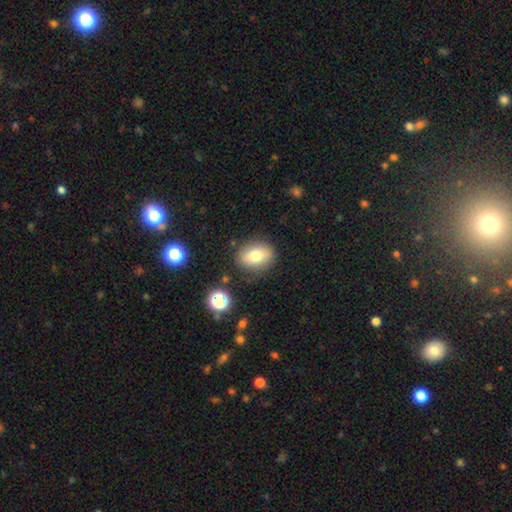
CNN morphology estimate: A smooth galaxy with no disk features (75%) that is in between round and cigar-shaped (71%).

Vote fractions:
- Smooth or featured? smooth: 75% / featured or disk: 15% / star or artifact: 10%
- How rounded? in between: 71% / round: 27% / cigar-shaped: 2%
- Merging? none: 82% / minor disturbance: 12% / major disturbance: 4% / merger: 3%